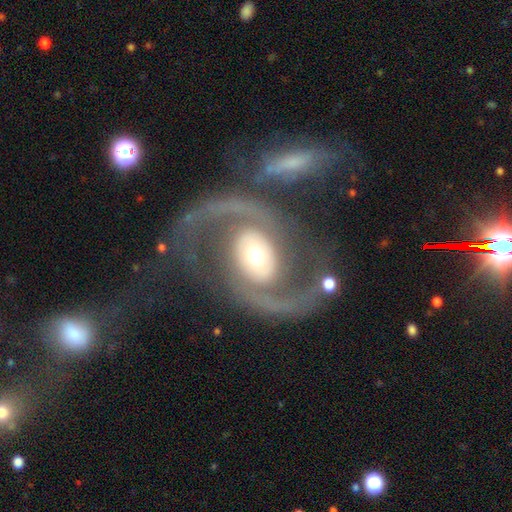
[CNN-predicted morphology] The model was most divided on "spiral winding": medium: 52%, loose: 28%, tight: 19%. More confident: edge-on disk — no (98%); spiral arms — yes (96%); spiral arm count — 2 (93%); smooth or featured — featured or disk (91%); merging — none (65%); bulge size — moderate (64%); bar — no (62%).